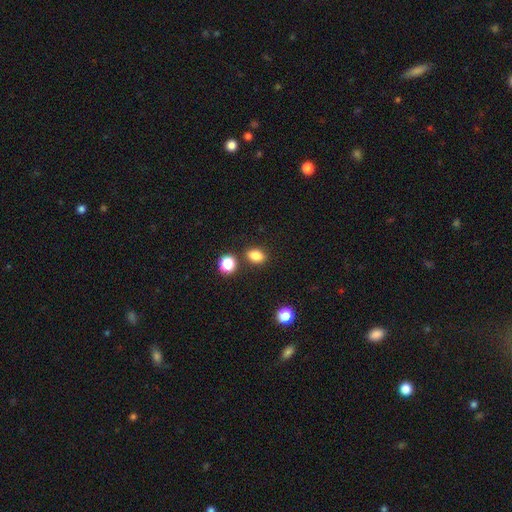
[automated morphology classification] The model was most divided on "how rounded": in between: 74%, round: 25%, cigar-shaped: 2%. More confident: smooth or featured — smooth (83%); merging — none (80%).